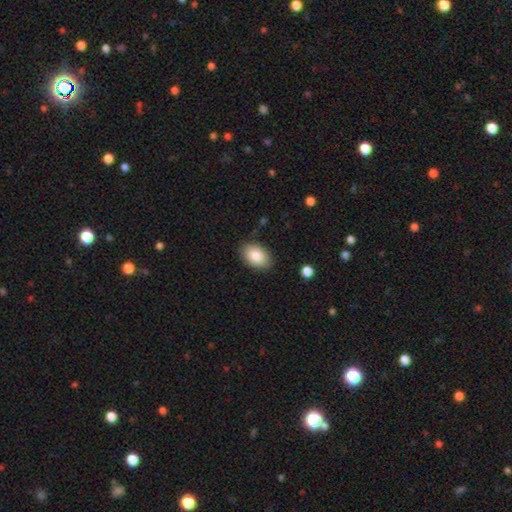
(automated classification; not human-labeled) Smooth or featured? Predicted: smooth (p=0.85). How rounded? Predicted: in between (p=0.89). Merging? Predicted: none (p=0.86).